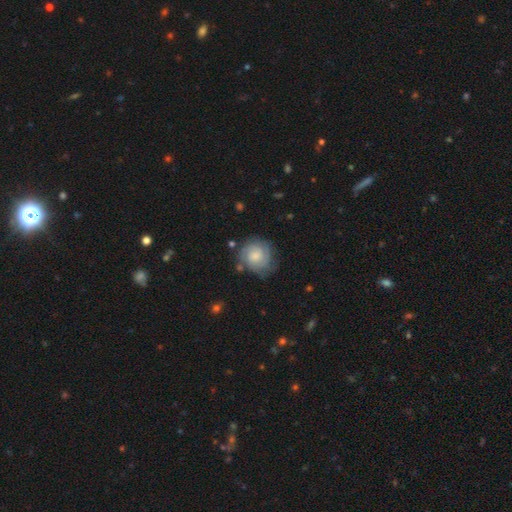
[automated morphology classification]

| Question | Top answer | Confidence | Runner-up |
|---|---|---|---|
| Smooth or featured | featured or disk | 61% | smooth (31%) |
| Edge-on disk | no | 98% | yes (2%) |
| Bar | no | 73% | weak (24%) |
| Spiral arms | yes | 91% | no (9%) |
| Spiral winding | tight | 64% | medium (28%) |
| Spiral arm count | can't tell | 33% | 2 (29%) |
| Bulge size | small | 39% | moderate (36%) |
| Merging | none | 68% | minor disturbance (20%) |